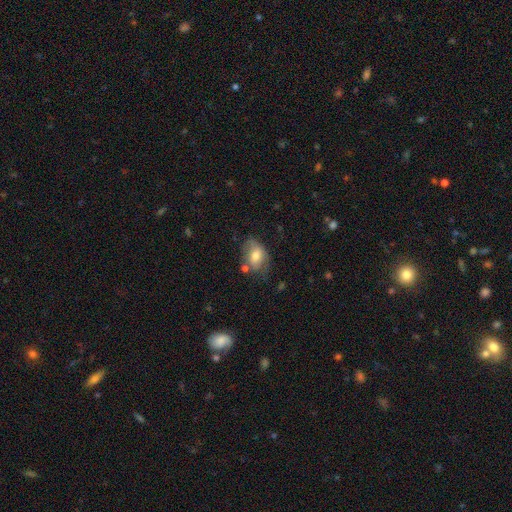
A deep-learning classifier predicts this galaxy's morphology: Smooth or featured? Predicted: smooth (p=0.60). How rounded? Predicted: in between (p=0.81). Merging? Predicted: none (p=0.51).